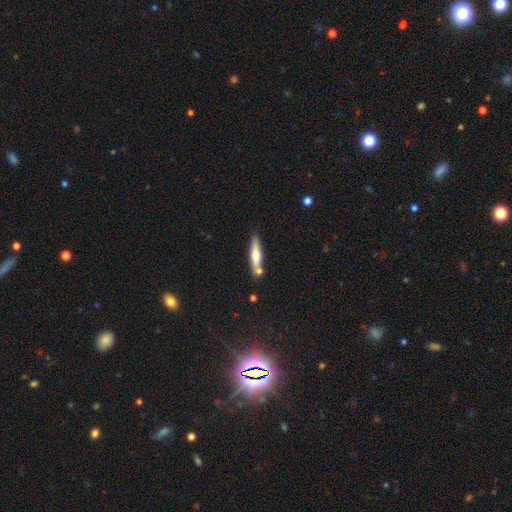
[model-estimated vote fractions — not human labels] Smooth or featured? Predicted: smooth (p=0.58). How rounded? Predicted: cigar-shaped (p=0.85). Merging? Predicted: none (p=0.70).